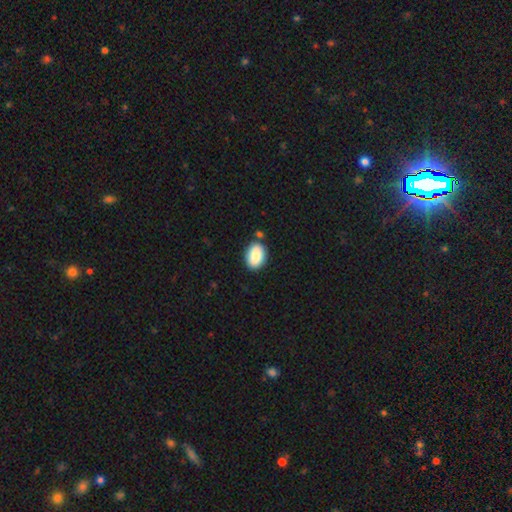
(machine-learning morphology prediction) A smooth galaxy with no disk features (86%) that is in between round and cigar-shaped (83%).

Vote fractions:
- Smooth or featured? smooth: 86% / star or artifact: 7% / featured or disk: 7%
- How rounded? in between: 83% / round: 15% / cigar-shaped: 1%
- Merging? none: 79% / minor disturbance: 12% / merger: 6% / major disturbance: 3%